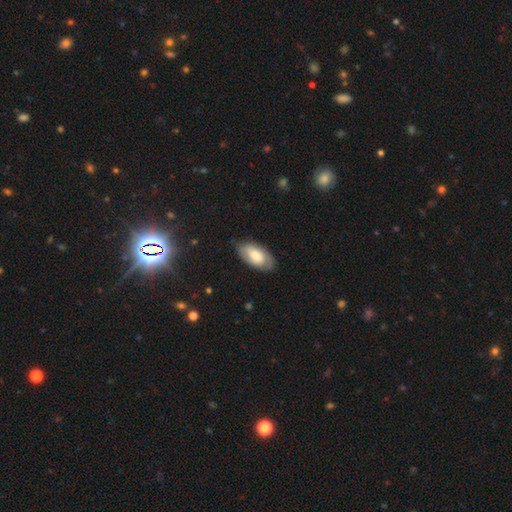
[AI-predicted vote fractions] smooth 63%, featured or disk 31%, star or artifact 6%. Down the decision tree: how rounded — in between (94%); merging — none (78%).